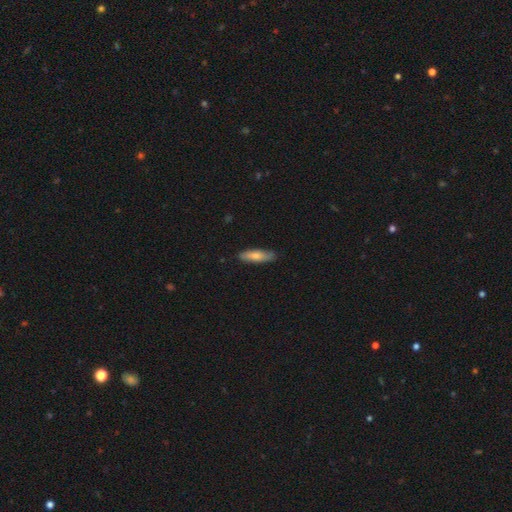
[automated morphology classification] This is likely a smooth galaxy (77%). How rounded: likely cigar-shaped (60%). Merging: clearly none (83%).